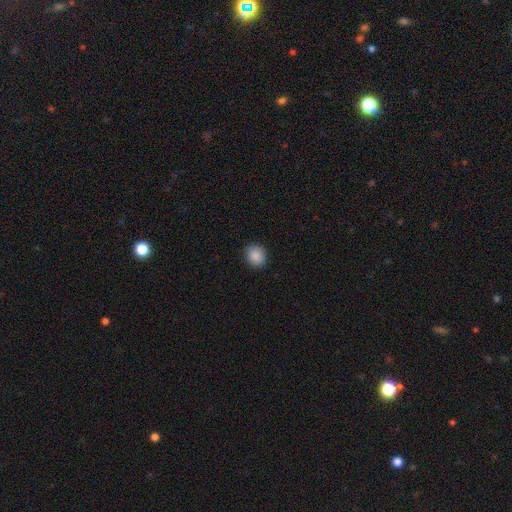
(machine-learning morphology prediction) The model was most divided on "how rounded": round: 76%, in between: 23%, cigar-shaped: 1%. More confident: merging — none (90%); smooth or featured — smooth (87%).